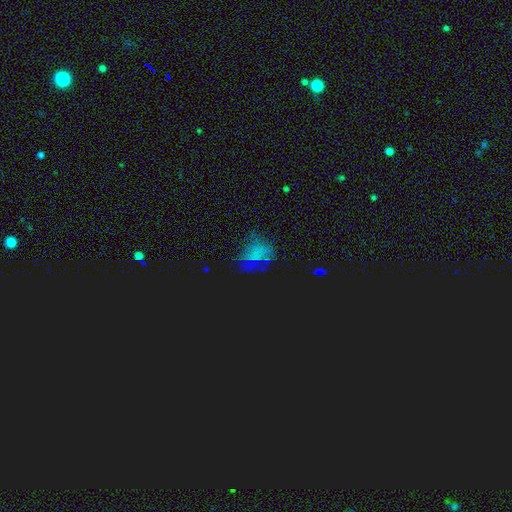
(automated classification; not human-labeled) Overall: star or artifact (41%; smooth 38%).